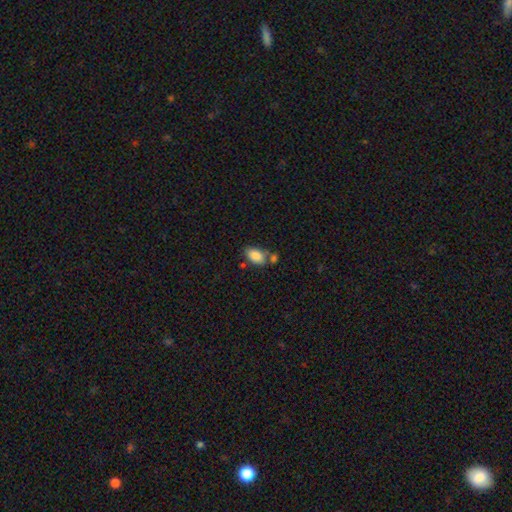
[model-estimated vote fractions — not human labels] Smooth or featured: smooth — 86% (star or artifact — 7%)
How rounded: in between — 92% (round — 6%)
Merging: none — 57% (merger — 24%)